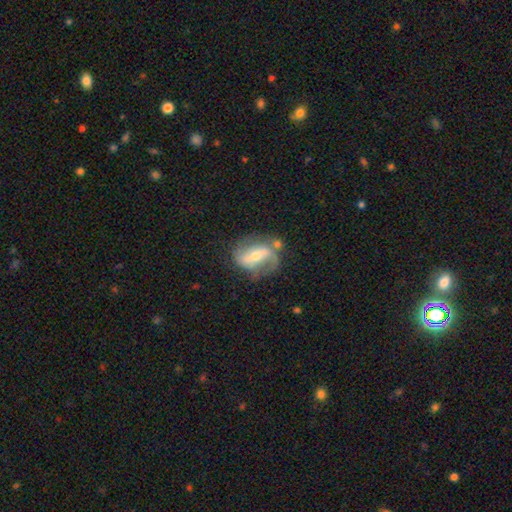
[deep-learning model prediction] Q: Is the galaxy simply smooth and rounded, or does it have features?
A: featured or disk — 76%.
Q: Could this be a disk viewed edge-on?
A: no — 95%.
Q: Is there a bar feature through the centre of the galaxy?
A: strong — 48%.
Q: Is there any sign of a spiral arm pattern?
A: yes — 85%.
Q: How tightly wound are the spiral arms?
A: medium — 43%.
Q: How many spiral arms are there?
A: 2 — 81%.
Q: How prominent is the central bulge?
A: moderate — 55%.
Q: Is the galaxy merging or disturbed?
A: none — 61%.